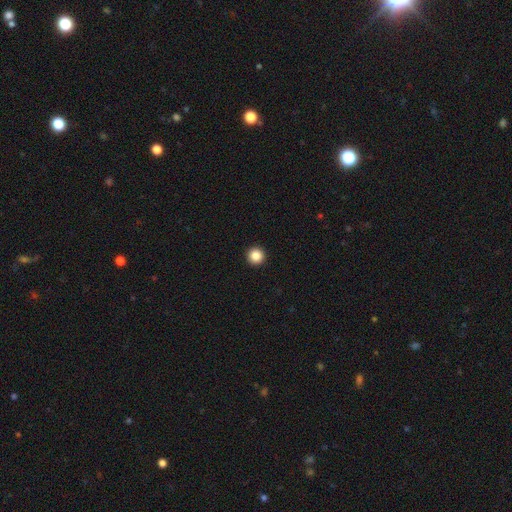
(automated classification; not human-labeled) Overall: smooth (85%). How rounded: round (97%). Merging: none (94%).